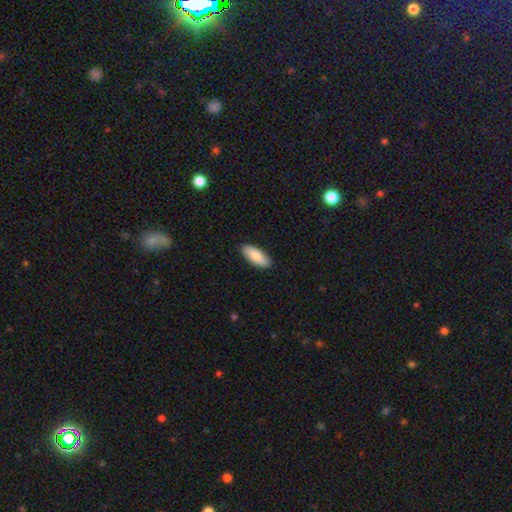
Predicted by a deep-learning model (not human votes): Overall: smooth (83%). How rounded: in between (81%). Merging: none (89%).